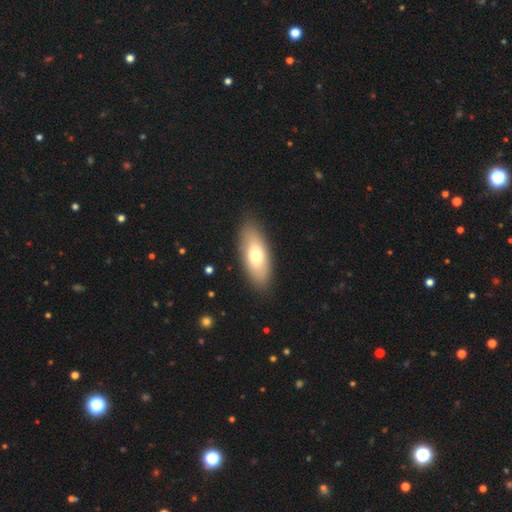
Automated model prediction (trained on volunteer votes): smooth-or-featured: smooth: 68% | featured or disk: 26% | star or artifact: 6%
  how-rounded: in between: 81% | cigar-shaped: 16% | round: 3%
  merging: none: 87% | minor disturbance: 10% | major disturbance: 3% | merger: 1%